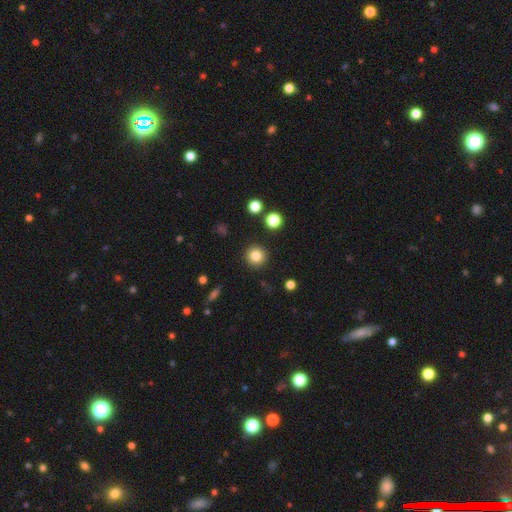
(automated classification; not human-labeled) The model was most divided on "smooth or featured": smooth: 83%, star or artifact: 11%, featured or disk: 6%. More confident: how rounded — round (94%); merging — none (91%).